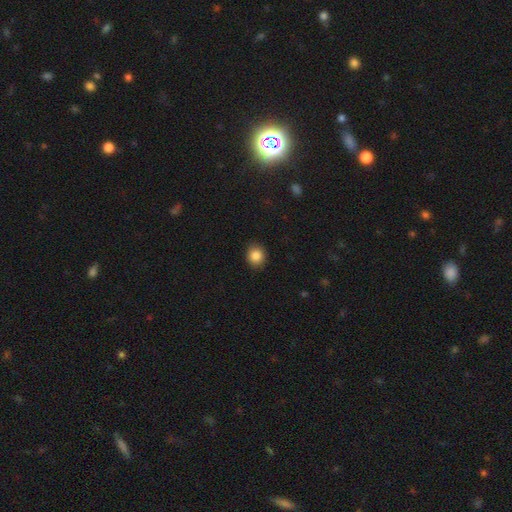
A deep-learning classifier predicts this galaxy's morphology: The model was most divided on "how rounded": round: 76%, in between: 23%, cigar-shaped: 1%. More confident: merging — none (88%); smooth or featured — smooth (86%).